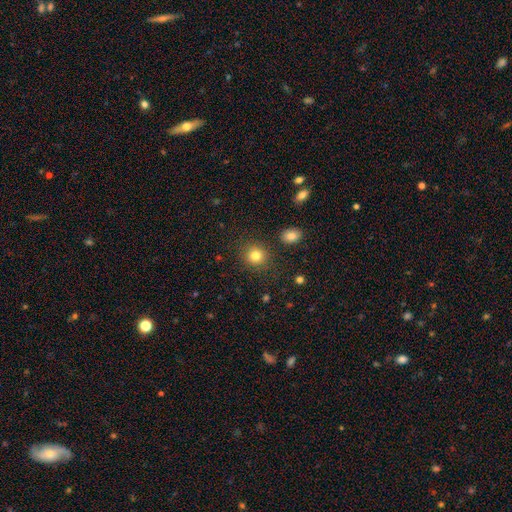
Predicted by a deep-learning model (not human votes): Smooth or featured? smooth (82%)
How rounded? round (86%)
Merging? none (87%)